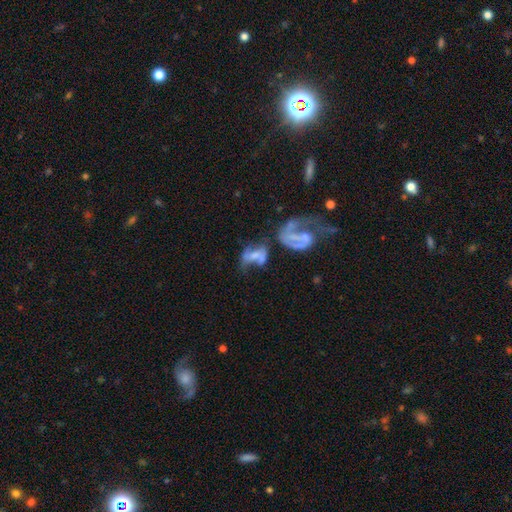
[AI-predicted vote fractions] Overall: featured or disk (57%; smooth 32%). Edge-on disk: no (95%). Bar: no (58%; weak 28%). Spiral arms: yes (55%; no 45%). Bulge size: none (37%; small 28%). Merging: merger (38%; major disturbance 29%).